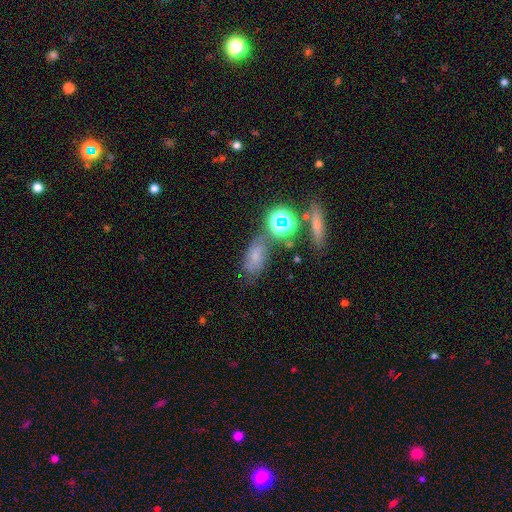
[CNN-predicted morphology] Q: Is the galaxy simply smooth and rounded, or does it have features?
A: smooth — 53%.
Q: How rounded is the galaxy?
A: in between — 79%.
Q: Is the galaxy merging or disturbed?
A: none — 57%.